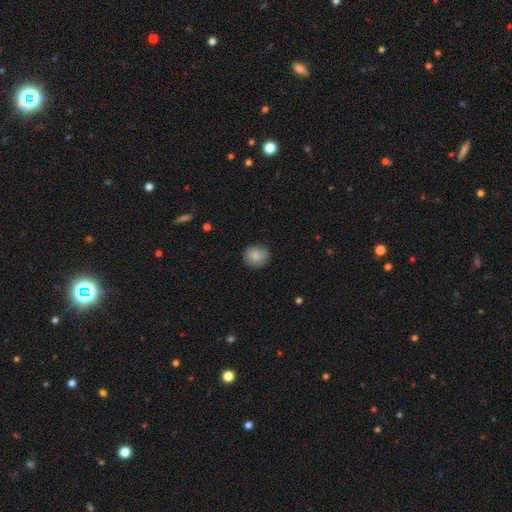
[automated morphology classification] This is clearly a smooth galaxy (84%). How rounded: clearly round (81%). Merging: likely none (77%).